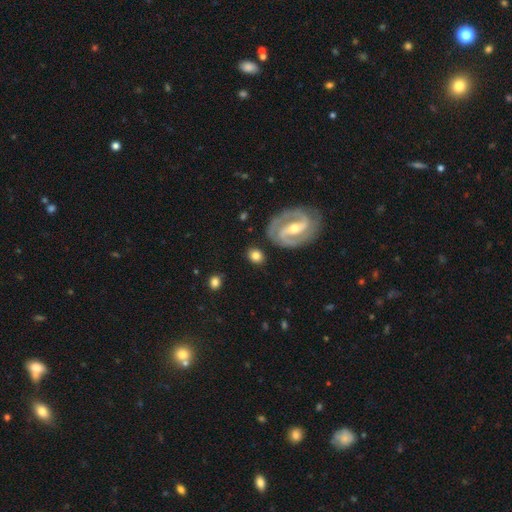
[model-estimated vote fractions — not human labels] smooth 60%, featured or disk 33%, star or artifact 8%. Down the decision tree: how rounded — round (56%); merging — none (82%).